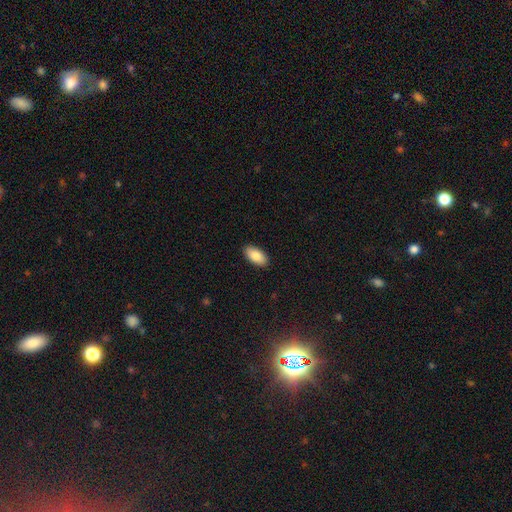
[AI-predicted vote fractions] This is clearly a smooth galaxy (85%). How rounded: clearly in between (94%). Merging: clearly none (90%).